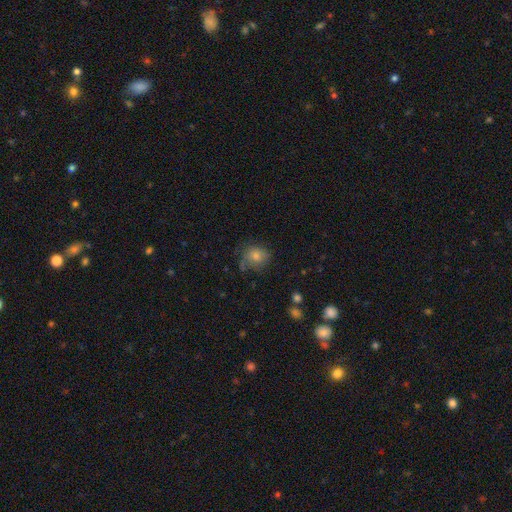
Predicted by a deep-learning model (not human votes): Smooth or featured?
  - smooth: 71% *
  - featured or disk: 16%
  - star or artifact: 13%
How rounded?
  - round: 73% *
  - in between: 26%
  - cigar-shaped: 1%
Merging?
  - none: 63% *
  - minor disturbance: 24%
  - major disturbance: 10%
  - merger: 3%